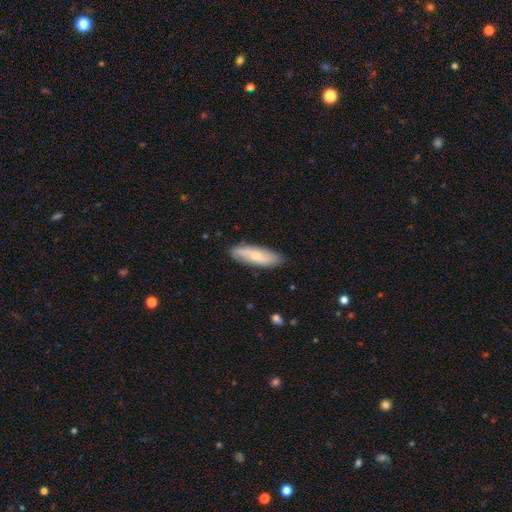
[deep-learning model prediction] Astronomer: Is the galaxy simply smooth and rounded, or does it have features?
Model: smooth — 51% (runner-up: featured or disk, 43%).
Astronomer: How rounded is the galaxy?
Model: in between — 50% (runner-up: cigar-shaped, 47%).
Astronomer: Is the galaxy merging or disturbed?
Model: none — 84%.